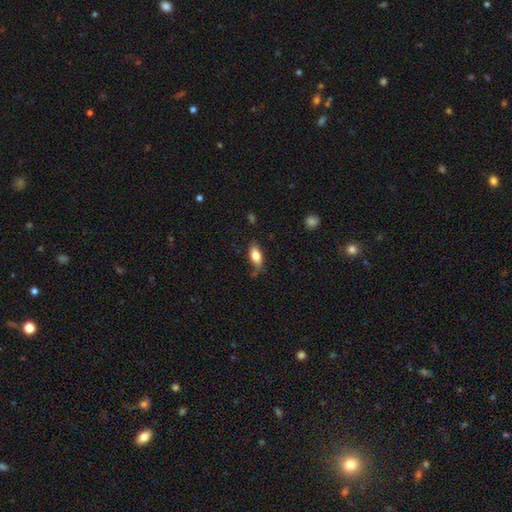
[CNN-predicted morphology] smooth-or-featured: smooth: 79% | featured or disk: 14% | star or artifact: 7%
  how-rounded: in between: 84% | cigar-shaped: 12% | round: 3%
  merging: none: 74% | minor disturbance: 19% | major disturbance: 4% | merger: 3%